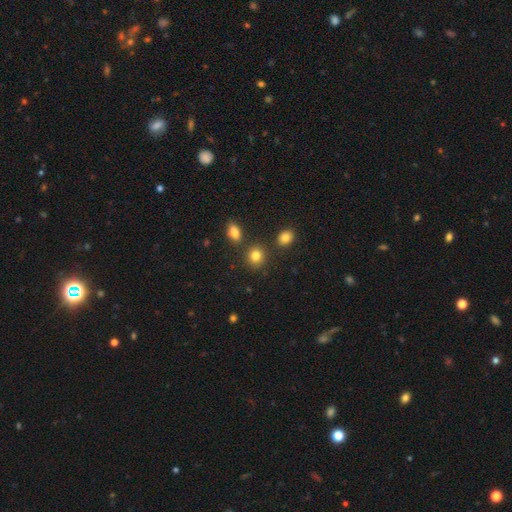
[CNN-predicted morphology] Overall: smooth (83%). How rounded: round (79%). Merging: none (82%).